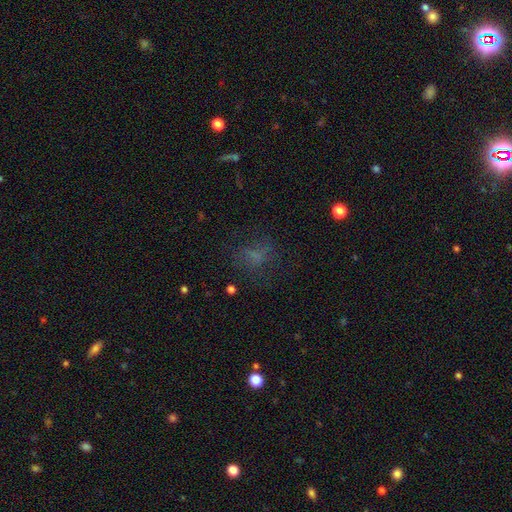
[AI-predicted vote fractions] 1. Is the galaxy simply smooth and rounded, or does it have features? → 52% smooth, 27% star or artifact, 21% featured or disk.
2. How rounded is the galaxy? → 49% in between, 48% round, 3% cigar-shaped.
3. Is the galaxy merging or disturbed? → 60% none, 20% major disturbance, 18% minor disturbance, 2% merger.